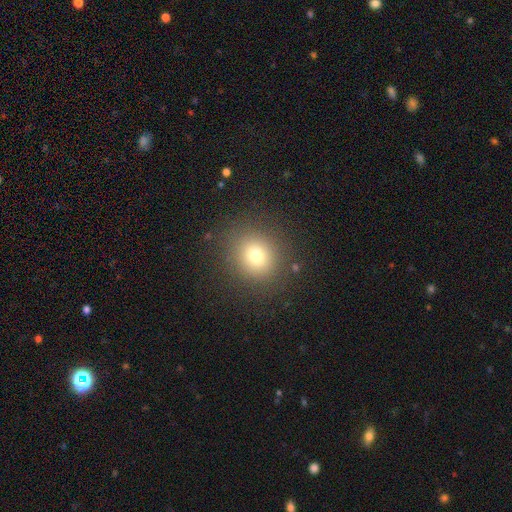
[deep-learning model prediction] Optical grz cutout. It shows a smooth galaxy with no disk features (74%) that is round (82%). Merging: none (87%).